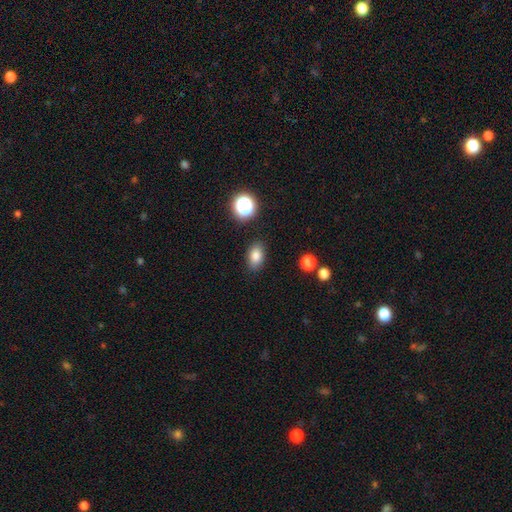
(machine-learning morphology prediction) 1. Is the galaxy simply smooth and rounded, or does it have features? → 82% smooth, 11% star or artifact, 8% featured or disk.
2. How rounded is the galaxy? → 84% in between, 14% round, 2% cigar-shaped.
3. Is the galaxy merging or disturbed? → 86% none, 10% minor disturbance, 3% major disturbance, 2% merger.